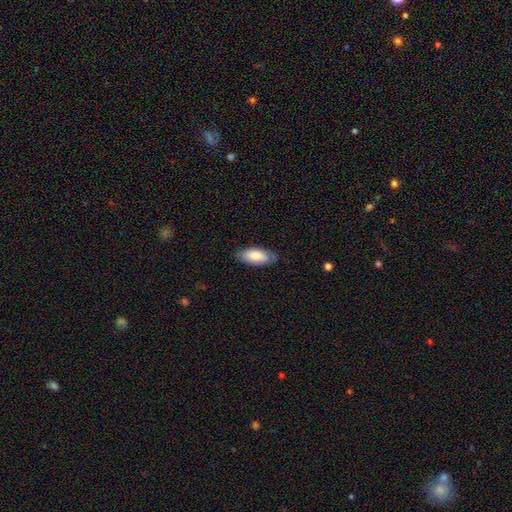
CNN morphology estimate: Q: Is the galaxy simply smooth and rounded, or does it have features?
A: smooth — 77%.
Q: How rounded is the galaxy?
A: in between — 89%.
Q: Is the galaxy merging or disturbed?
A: none — 76%.